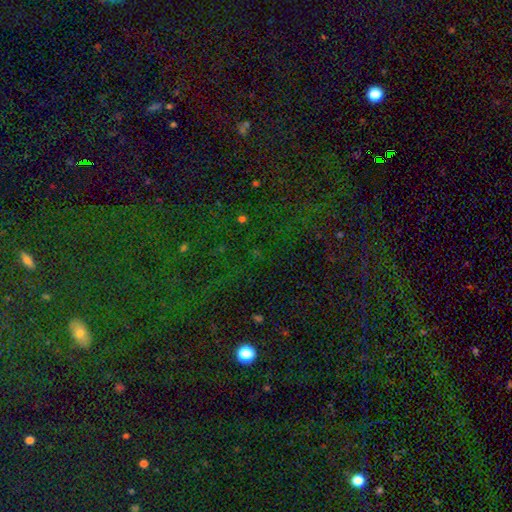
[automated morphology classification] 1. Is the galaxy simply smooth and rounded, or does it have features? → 77% star or artifact, 14% smooth, 9% featured or disk.